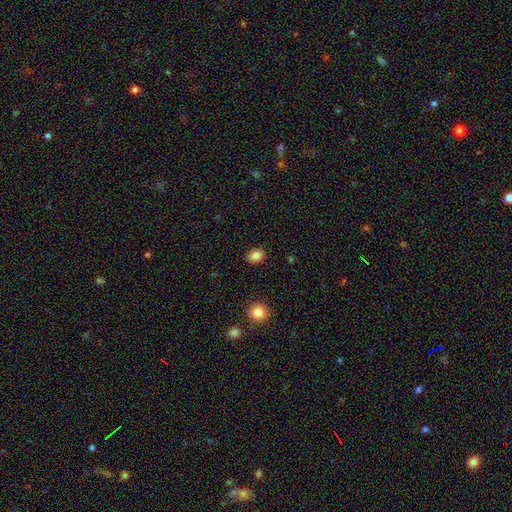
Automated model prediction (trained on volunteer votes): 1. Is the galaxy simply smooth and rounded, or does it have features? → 86% smooth, 10% star or artifact, 5% featured or disk.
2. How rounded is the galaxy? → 73% in between, 25% round, 1% cigar-shaped.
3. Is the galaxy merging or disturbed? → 88% none, 8% minor disturbance, 2% major disturbance, 1% merger.